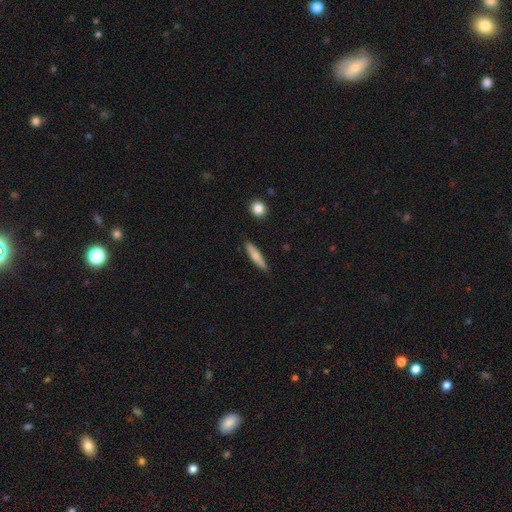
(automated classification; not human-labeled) This is likely a smooth galaxy (68%). How rounded: clearly cigar-shaped (84%). Merging: clearly none (86%).